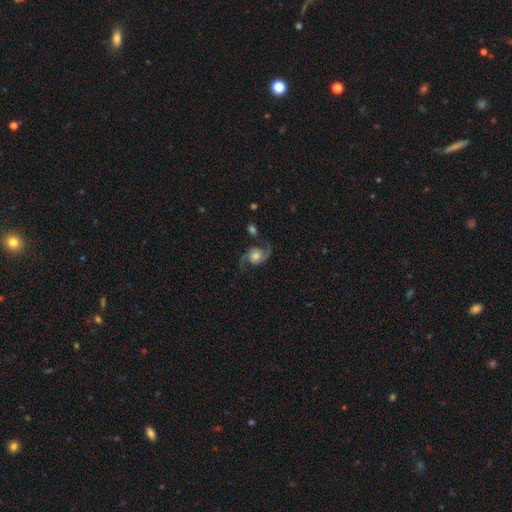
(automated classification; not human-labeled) Smooth or featured? Predicted: featured or disk (p=0.87). Edge-on disk? Predicted: no (p=0.98). Bar? Predicted: no (p=0.73). Spiral arms? Predicted: yes (p=0.97). Spiral winding? Predicted: loose (p=0.49). Spiral arm count? Predicted: 2 (p=0.94). Bulge size? Predicted: moderate (p=0.45). Merging? Predicted: none (p=0.74).